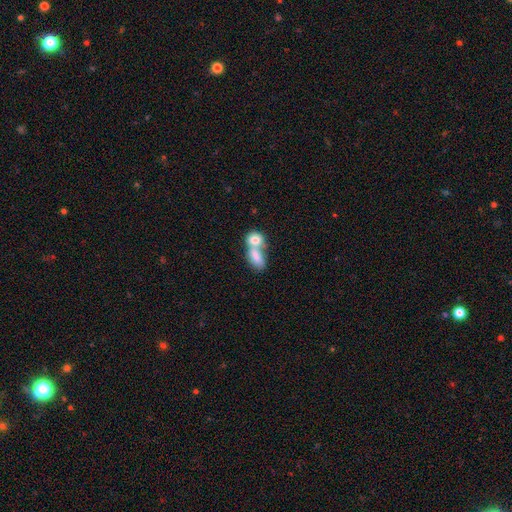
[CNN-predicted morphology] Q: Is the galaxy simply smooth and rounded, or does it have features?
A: smooth — 78%.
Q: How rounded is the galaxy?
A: in between — 76%.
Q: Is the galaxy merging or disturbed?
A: merger — 74%.